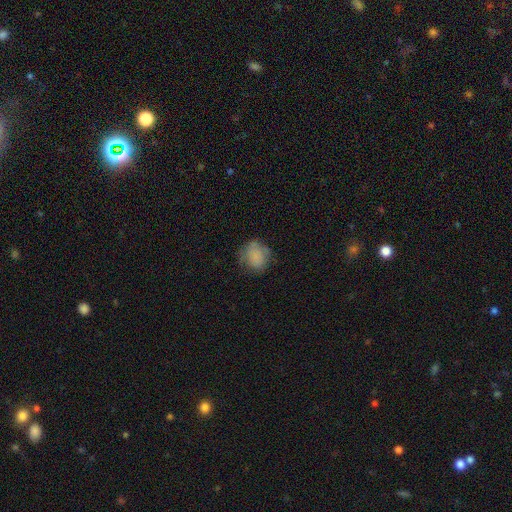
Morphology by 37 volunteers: A smooth galaxy with no disk features (84%) that is round (81%). Merging: none (71%).